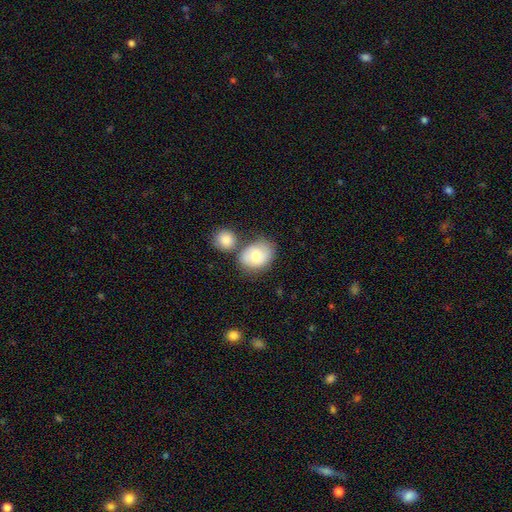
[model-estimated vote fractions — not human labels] This appears to be a smooth galaxy with no disk features (69%) that is in between round and cigar-shaped (55%). Merging: none (51%).